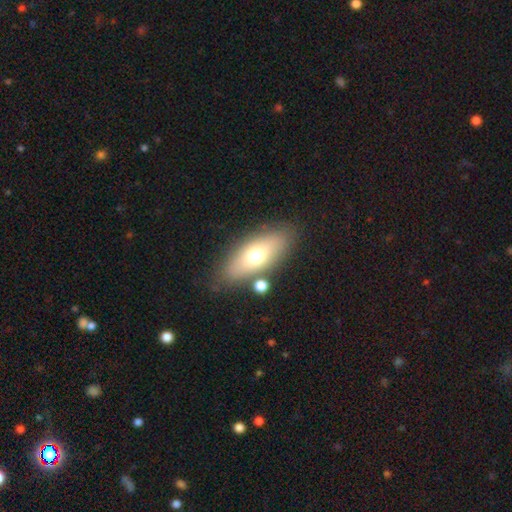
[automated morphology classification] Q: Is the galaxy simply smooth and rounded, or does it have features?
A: smooth — 64%.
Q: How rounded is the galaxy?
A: in between — 75%.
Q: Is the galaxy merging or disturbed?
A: none — 78%.